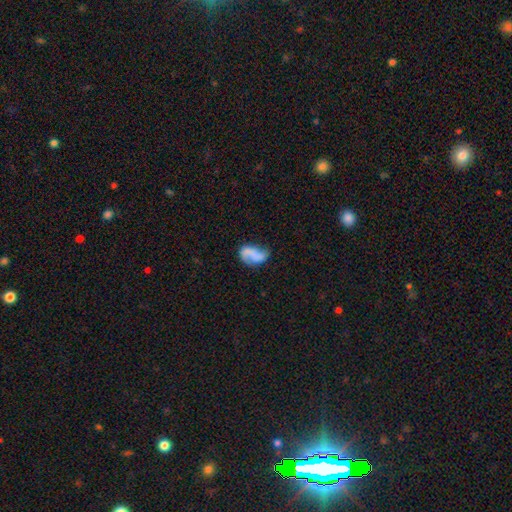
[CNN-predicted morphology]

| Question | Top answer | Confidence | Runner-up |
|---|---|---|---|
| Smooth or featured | featured or disk | 54% | smooth (37%) |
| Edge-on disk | no | 98% | yes (2%) |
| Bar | no | 55% | weak (29%) |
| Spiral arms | yes | 83% | no (17%) |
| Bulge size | none | 69% | small (16%) |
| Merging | none | 50% | minor disturbance (28%) |